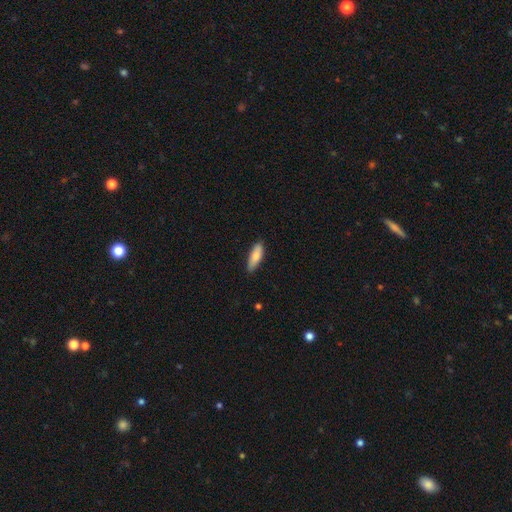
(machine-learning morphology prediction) This appears to be a smooth galaxy with no disk features (80%) that is in between round and cigar-shaped (54%). Merging: none (84%).